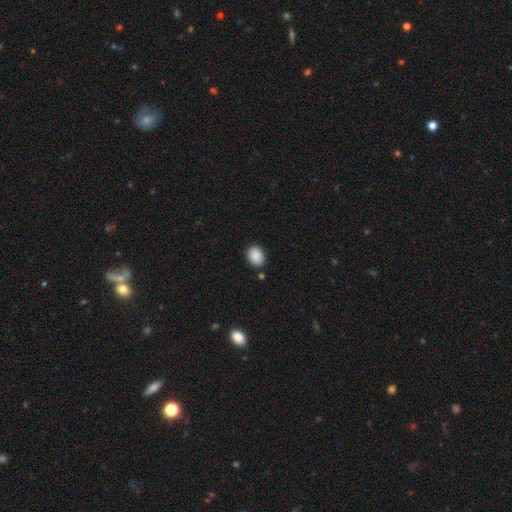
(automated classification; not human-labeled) Smooth or featured? Predicted: smooth (p=0.89). How rounded? Predicted: in between (p=0.71). Merging? Predicted: none (p=0.84).